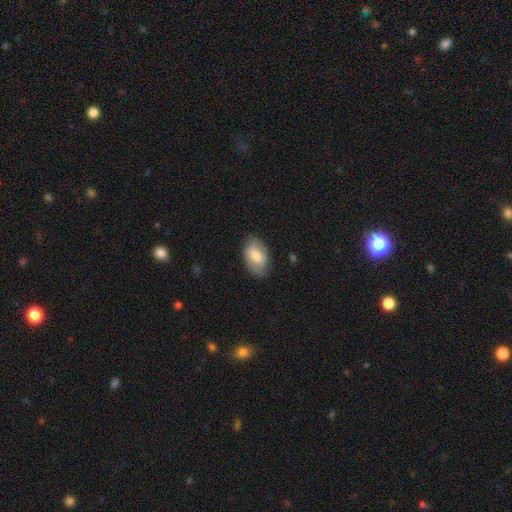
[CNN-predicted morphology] Smooth or featured? smooth (65%)
How rounded? in between (91%)
Merging? none (77%)